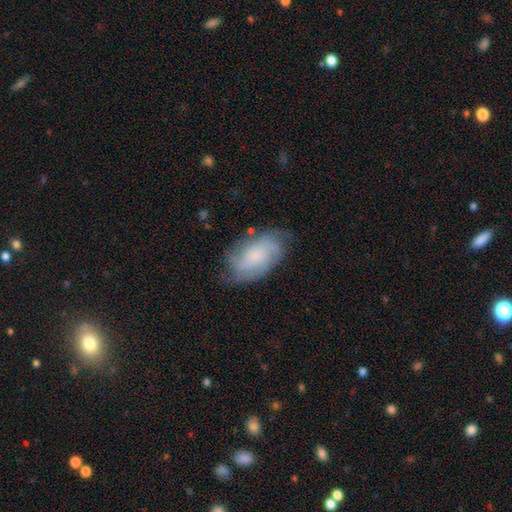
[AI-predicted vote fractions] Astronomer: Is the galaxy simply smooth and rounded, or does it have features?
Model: featured or disk — 69%.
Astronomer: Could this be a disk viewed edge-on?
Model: no — 96%.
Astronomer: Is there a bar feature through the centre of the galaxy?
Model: no — 73%.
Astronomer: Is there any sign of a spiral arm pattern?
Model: yes — 93%.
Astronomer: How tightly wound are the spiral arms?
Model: tight — 48% (runner-up: medium, 39%).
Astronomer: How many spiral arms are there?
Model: can't tell — 33% (runner-up: 3, 23%).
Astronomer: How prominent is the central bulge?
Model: small — 56%.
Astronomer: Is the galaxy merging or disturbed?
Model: none — 71%.